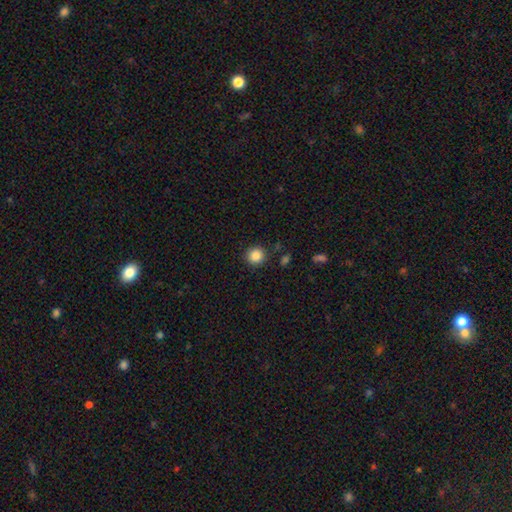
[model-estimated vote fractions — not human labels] smooth-or-featured: smooth: 86% | star or artifact: 10% | featured or disk: 4%
  how-rounded: round: 93% | in between: 6% | cigar-shaped: 1%
  merging: none: 90% | minor disturbance: 6% | major disturbance: 2% | merger: 2%